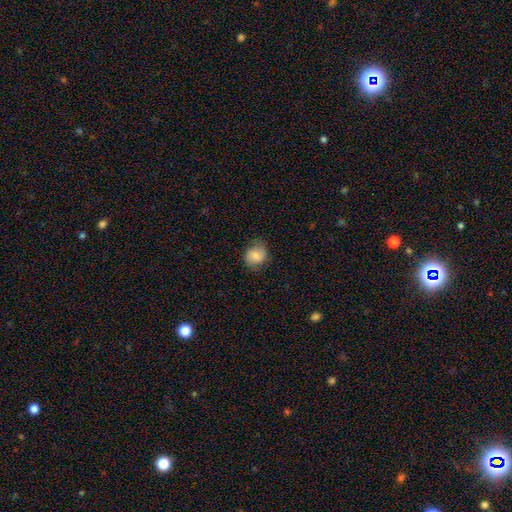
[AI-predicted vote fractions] Morphology: type=smooth (78%); roundness=round (61%); merging=none (70%).